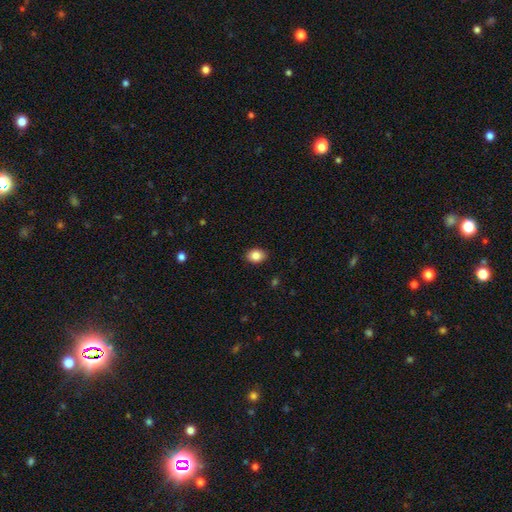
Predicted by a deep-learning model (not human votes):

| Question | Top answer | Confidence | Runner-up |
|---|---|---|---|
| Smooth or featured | smooth | 85% | star or artifact (9%) |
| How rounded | in between | 66% | round (33%) |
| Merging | none | 89% | minor disturbance (8%) |